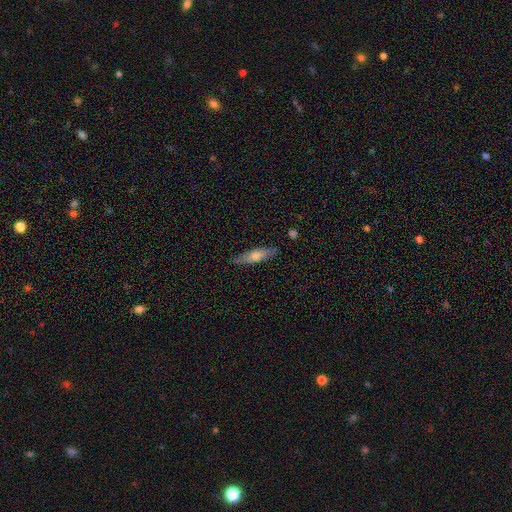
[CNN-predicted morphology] smooth 58%, featured or disk 36%, star or artifact 6%. Down the decision tree: how rounded — cigar-shaped (74%); merging — none (83%).